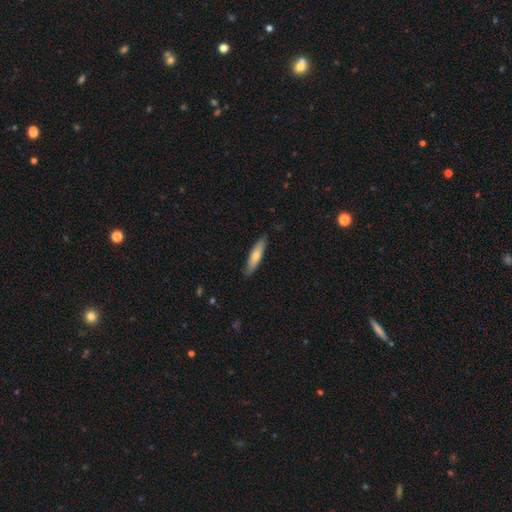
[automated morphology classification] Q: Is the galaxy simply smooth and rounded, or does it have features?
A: smooth — 63%.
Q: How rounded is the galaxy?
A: cigar-shaped — 80%.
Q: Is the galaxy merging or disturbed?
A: none — 86%.